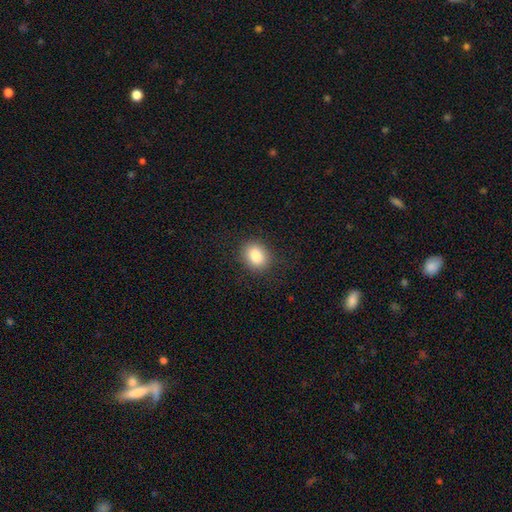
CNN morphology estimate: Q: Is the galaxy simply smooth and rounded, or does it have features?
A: smooth — 84%.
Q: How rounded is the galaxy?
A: round — 52%.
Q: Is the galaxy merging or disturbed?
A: none — 86%.